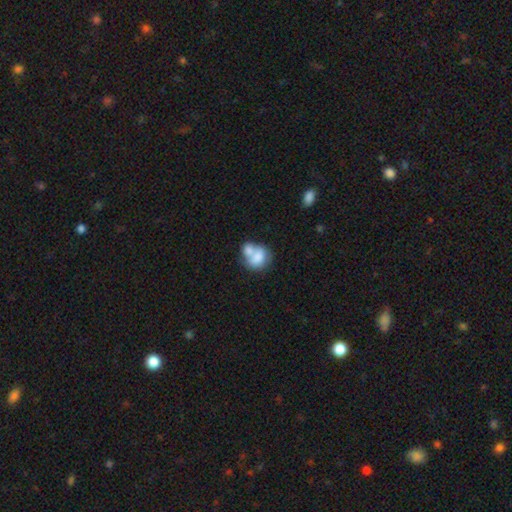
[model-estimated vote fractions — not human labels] This is likely a smooth galaxy (72%). How rounded: possibly in between (50%). Merging: likely merger (64%).